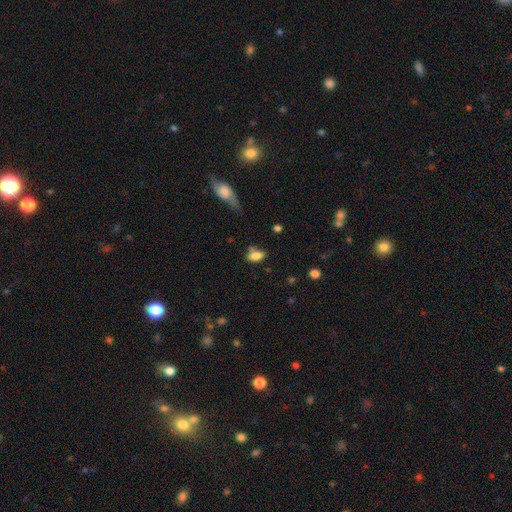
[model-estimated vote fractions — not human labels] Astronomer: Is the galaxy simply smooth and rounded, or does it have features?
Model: smooth — 79%.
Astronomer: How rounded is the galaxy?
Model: in between — 86%.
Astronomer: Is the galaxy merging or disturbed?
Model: none — 54%.